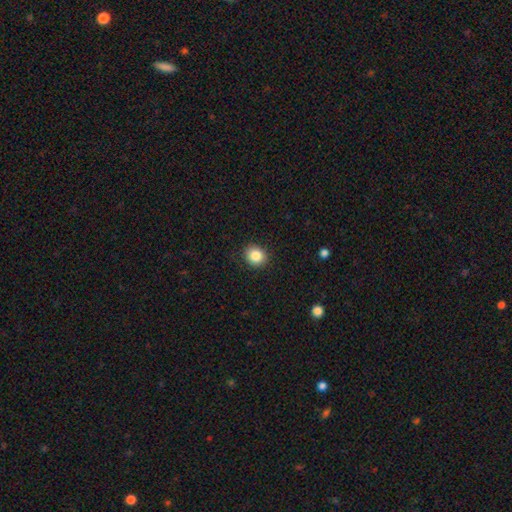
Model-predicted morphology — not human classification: Smooth or featured: smooth — 86% (star or artifact — 9%)
How rounded: round — 77% (in between — 22%)
Merging: none — 89% (minor disturbance — 8%)